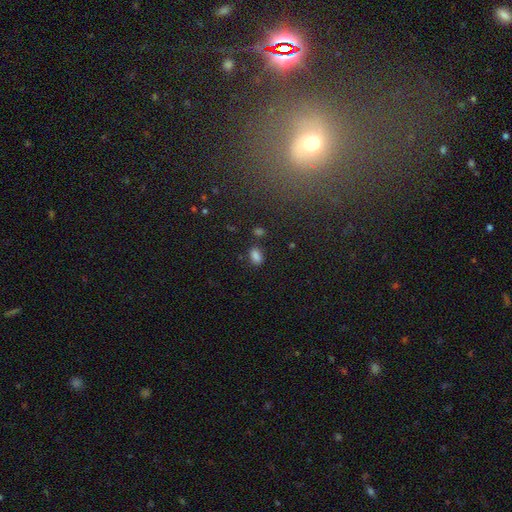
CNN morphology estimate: Smooth or featured? smooth (82%)
How rounded? in between (85%)
Merging? none (77%)